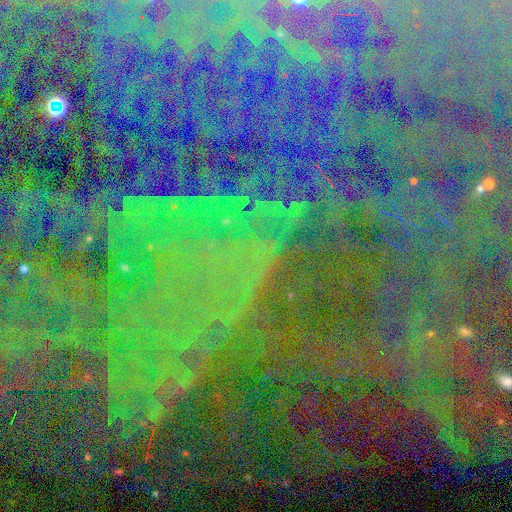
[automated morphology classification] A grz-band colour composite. It shows a star or artifact, not a galaxy (85%).